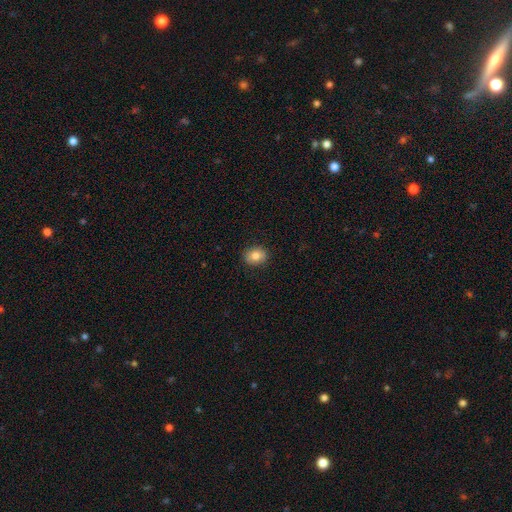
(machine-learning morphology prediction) The model was most divided on "how rounded": round: 53%, in between: 46%, cigar-shaped: 1%. More confident: merging — none (89%); smooth or featured — smooth (81%).